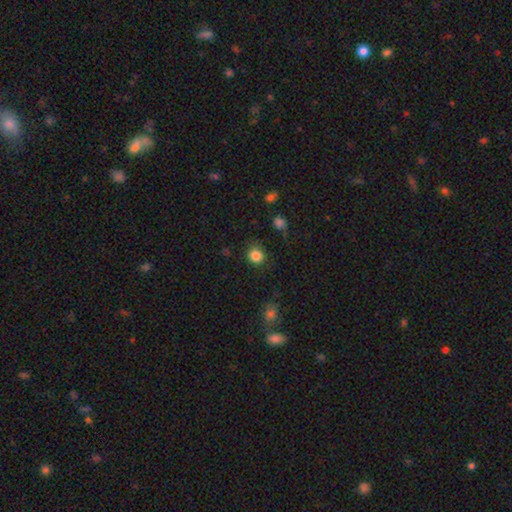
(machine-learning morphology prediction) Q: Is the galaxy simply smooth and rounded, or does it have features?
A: smooth — 85%.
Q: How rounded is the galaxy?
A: round — 87%.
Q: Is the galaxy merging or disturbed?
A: none — 84%.